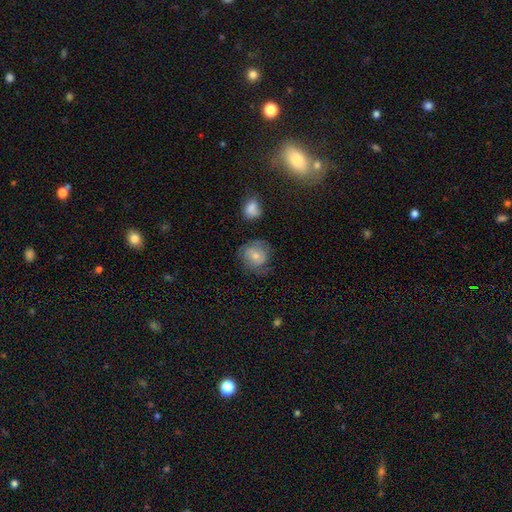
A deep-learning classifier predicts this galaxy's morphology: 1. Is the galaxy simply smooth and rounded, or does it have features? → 54% smooth, 37% featured or disk, 9% star or artifact.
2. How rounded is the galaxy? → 79% round, 20% in between, 1% cigar-shaped.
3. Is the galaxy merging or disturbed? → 59% none, 24% minor disturbance, 13% major disturbance, 3% merger.